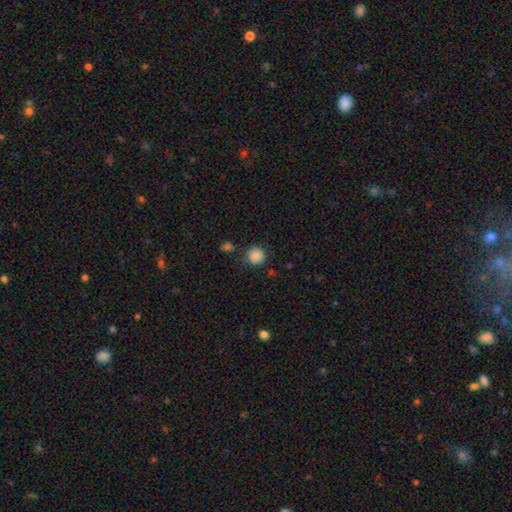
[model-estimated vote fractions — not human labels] A smooth galaxy with no disk features (86%) that is round (92%).

Vote fractions:
- Smooth or featured? smooth: 86% / star or artifact: 10% / featured or disk: 4%
- How rounded? round: 92% / in between: 7% / cigar-shaped: 1%
- Merging? none: 81% / minor disturbance: 12% / merger: 4% / major disturbance: 4%